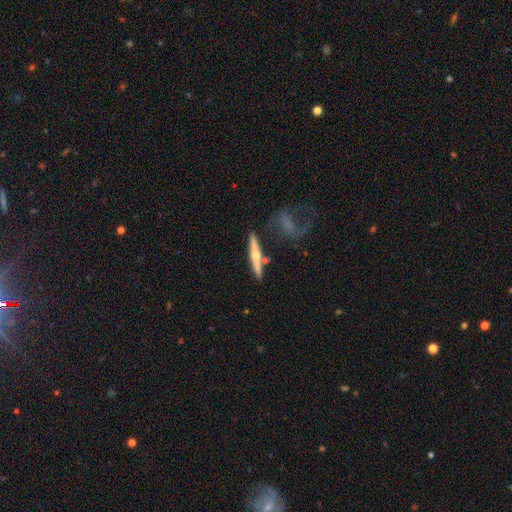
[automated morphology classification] The model was most divided on "smooth or featured": featured or disk: 57%, smooth: 37%, star or artifact: 6%. More confident: edge-on disk — yes (95%); edge-on bulge — rounded (83%); merging — none (75%).